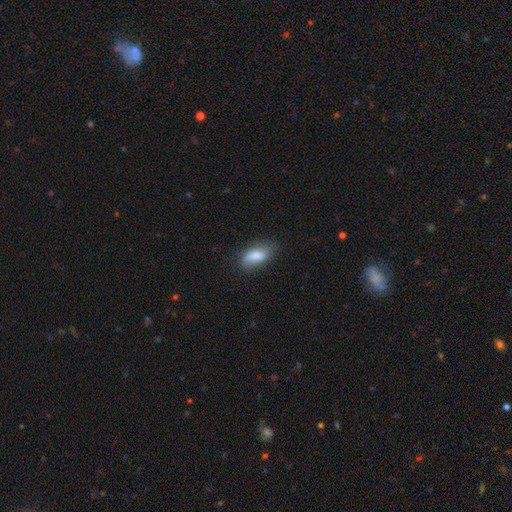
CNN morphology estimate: A smooth galaxy with no disk features (80%) that is in between round and cigar-shaped (82%). Merging: none (68%).